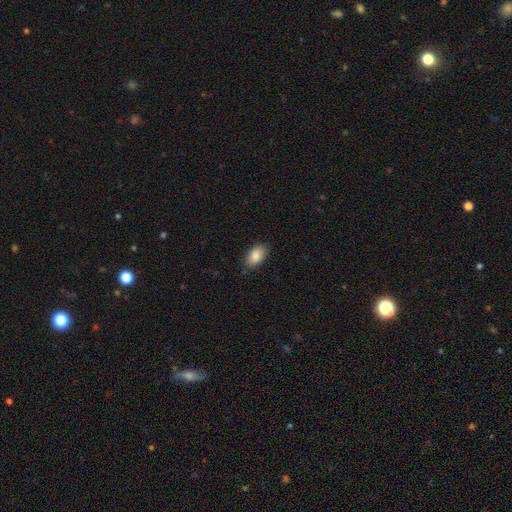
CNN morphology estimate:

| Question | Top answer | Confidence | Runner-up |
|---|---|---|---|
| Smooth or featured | smooth | 86% | star or artifact (7%) |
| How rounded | in between | 92% | round (6%) |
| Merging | none | 80% | minor disturbance (16%) |